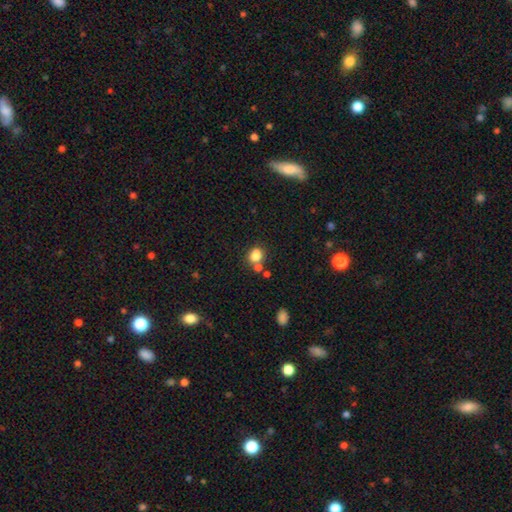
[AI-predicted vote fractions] Smooth or featured?
  - smooth: 81% *
  - star or artifact: 12%
  - featured or disk: 7%
How rounded?
  - in between: 55% *
  - round: 44%
  - cigar-shaped: 1%
Merging?
  - none: 56% *
  - merger: 25%
  - minor disturbance: 14%
  - major disturbance: 5%